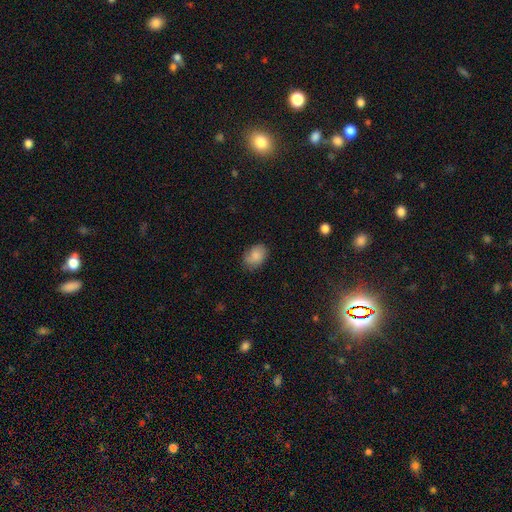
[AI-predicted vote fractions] smooth_or_featured: smooth (p=0.86) [alt: star or artifact p=0.08]
how_rounded: in between (p=0.74) [alt: round p=0.25]
merging: none (p=0.76) [alt: minor disturbance p=0.18]